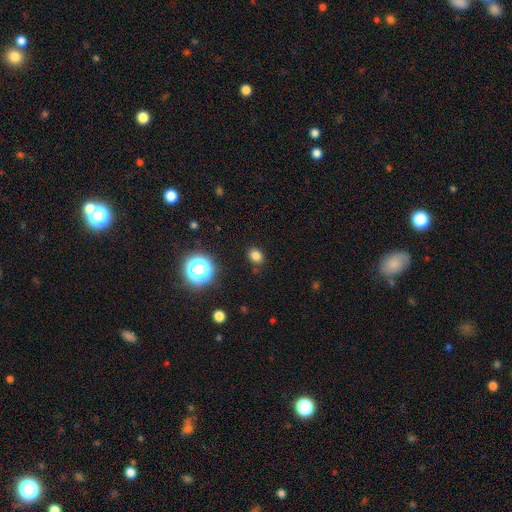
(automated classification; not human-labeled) Morphology: type=smooth (79%); roundness=in between (51%); merging=none (87%).